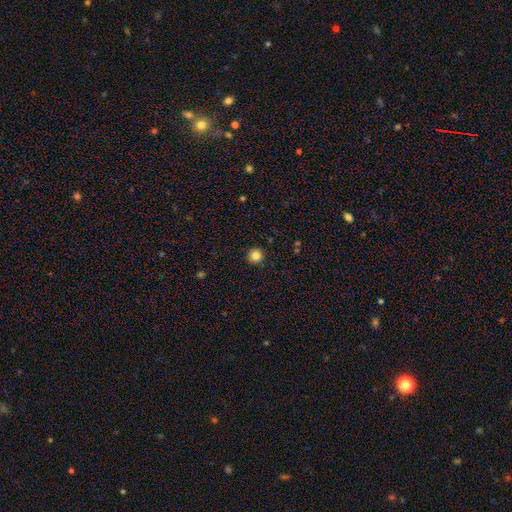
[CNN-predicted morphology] A smooth galaxy with no disk features (83%) that is round (95%).

Vote fractions:
- Smooth or featured? smooth: 83% / star or artifact: 11% / featured or disk: 5%
- How rounded? round: 95% / in between: 4% / cigar-shaped: 1%
- Merging? none: 93% / minor disturbance: 5% / major disturbance: 1% / merger: 1%